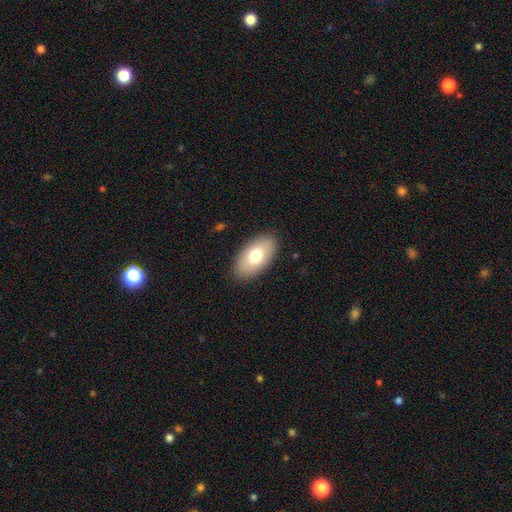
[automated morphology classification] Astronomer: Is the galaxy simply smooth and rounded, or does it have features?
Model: smooth — 74%.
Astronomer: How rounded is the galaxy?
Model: in between — 95%.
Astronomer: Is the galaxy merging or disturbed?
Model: none — 87%.